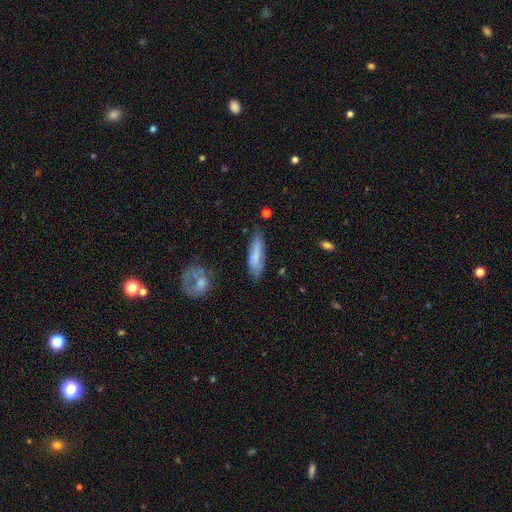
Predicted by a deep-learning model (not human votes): Smooth or featured? smooth (76%)
How rounded? cigar-shaped (65%)
Merging? none (74%)